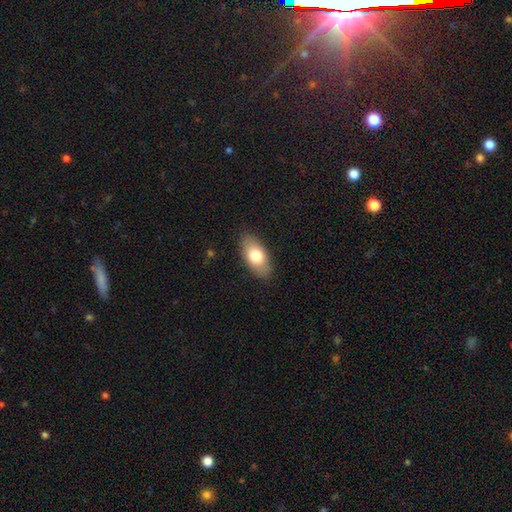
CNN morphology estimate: A smooth galaxy with no disk features (75%) that is in between round and cigar-shaped (91%).

Vote fractions:
- Smooth or featured? smooth: 75% / featured or disk: 19% / star or artifact: 6%
- How rounded? in between: 91% / cigar-shaped: 5% / round: 3%
- Merging? none: 86% / minor disturbance: 10% / major disturbance: 2% / merger: 1%